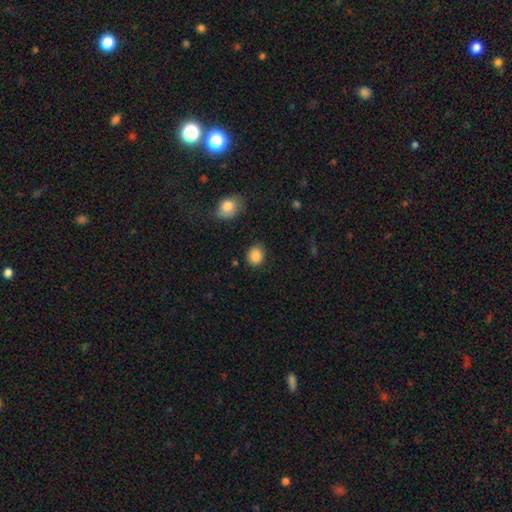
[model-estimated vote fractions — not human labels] A smooth galaxy with no disk features (87%) that is round (63%).

Vote fractions:
- Smooth or featured? smooth: 87% / star or artifact: 9% / featured or disk: 4%
- How rounded? round: 63% / in between: 36% / cigar-shaped: 1%
- Merging? none: 80% / minor disturbance: 15% / major disturbance: 3% / merger: 2%